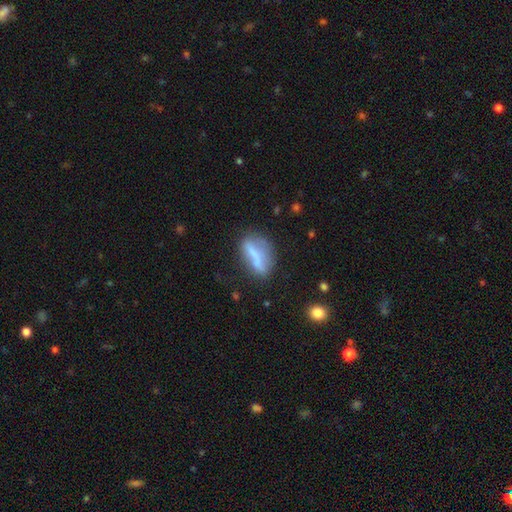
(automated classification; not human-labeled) Smooth or featured?
  - smooth: 55% *
  - featured or disk: 36%
  - star or artifact: 9%
How rounded?
  - in between: 62% *
  - cigar-shaped: 29%
  - round: 9%
Merging?
  - none: 52% *
  - minor disturbance: 24%
  - major disturbance: 14%
  - merger: 10%